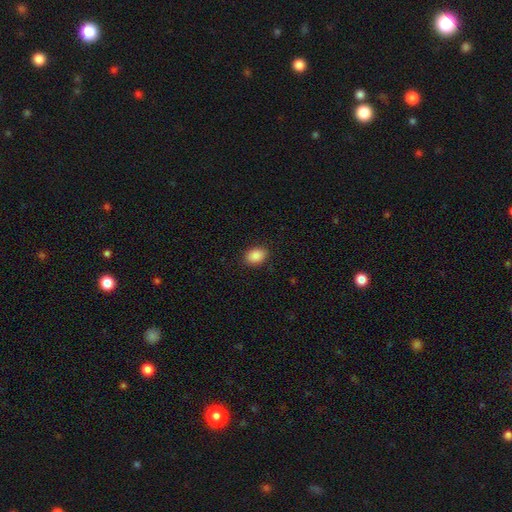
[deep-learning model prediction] A smooth galaxy with no disk features (89%) that is in between round and cigar-shaped (75%). Merging: none (89%).